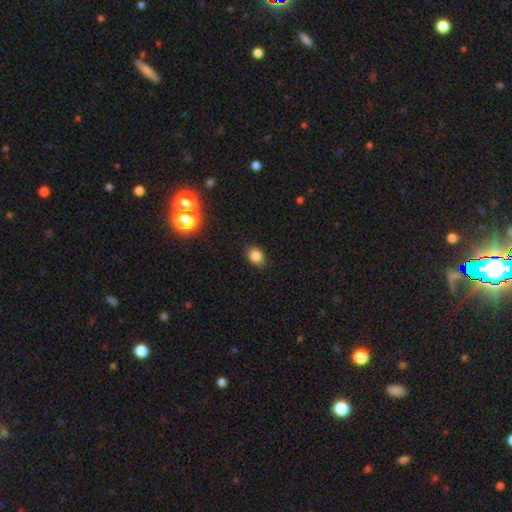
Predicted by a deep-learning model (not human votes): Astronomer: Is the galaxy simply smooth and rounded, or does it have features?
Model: smooth — 84%.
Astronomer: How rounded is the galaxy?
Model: in between — 64%.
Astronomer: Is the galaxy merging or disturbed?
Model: none — 86%.